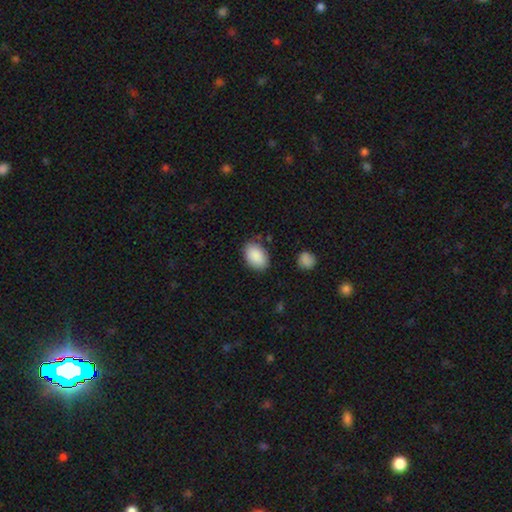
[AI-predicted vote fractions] smooth_or_featured: smooth (p=0.90) [alt: star or artifact p=0.06]
how_rounded: in between (p=0.89) [alt: round p=0.10]
merging: none (p=0.82) [alt: minor disturbance p=0.13]